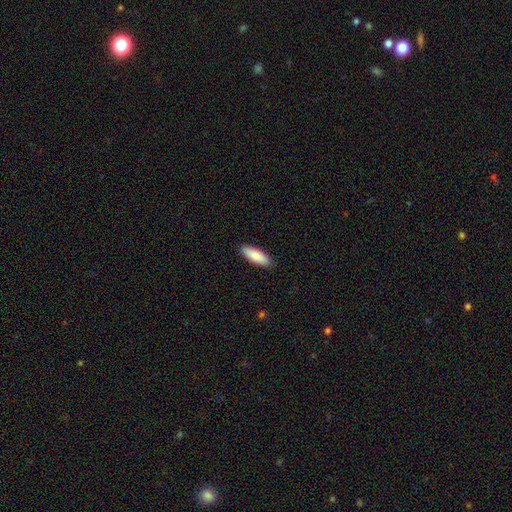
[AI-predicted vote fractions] smooth_or_featured: smooth (p=0.87) [alt: featured or disk p=0.07]
how_rounded: in between (p=0.64) [alt: cigar-shaped p=0.35]
merging: none (p=0.90) [alt: minor disturbance p=0.08]